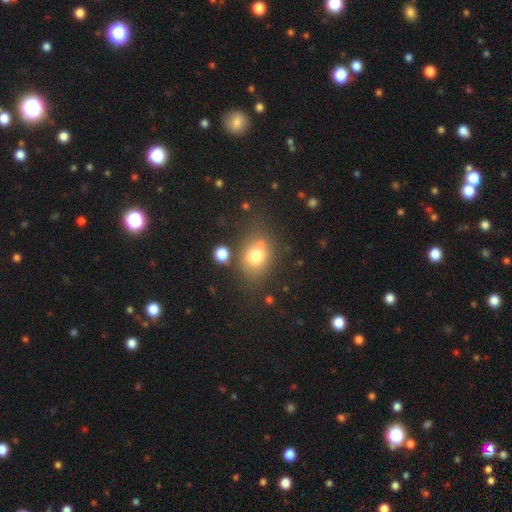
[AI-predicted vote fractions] The model was most divided on "how rounded": round: 53%, in between: 46%, cigar-shaped: 1%. More confident: smooth or featured — smooth (74%); merging — none (62%).